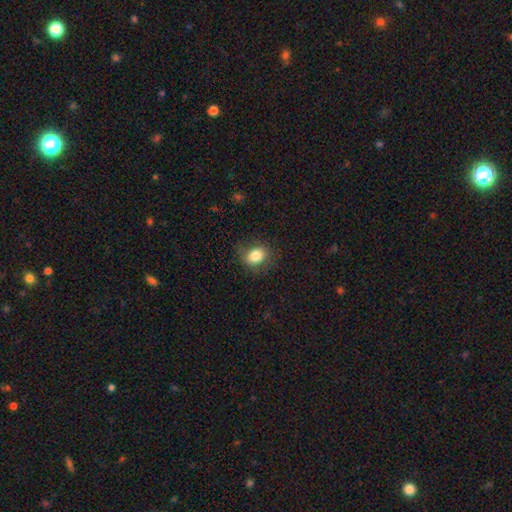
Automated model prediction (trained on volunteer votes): This is clearly a smooth galaxy (82%). How rounded: possibly in between (57%). Merging: likely none (76%).